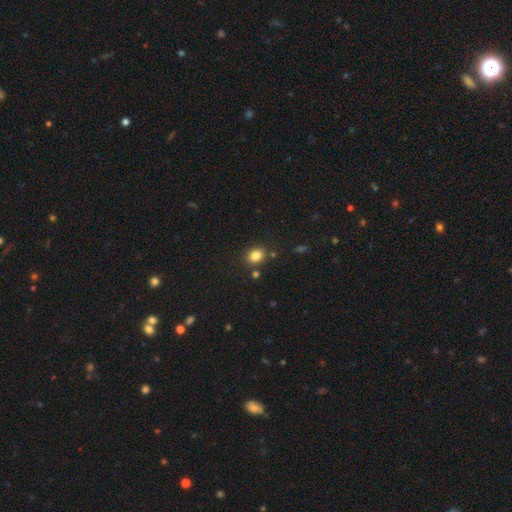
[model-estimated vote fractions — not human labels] The model was most divided on "how rounded": round: 62%, in between: 37%, cigar-shaped: 1%. More confident: smooth or featured — smooth (83%); merging — none (82%).